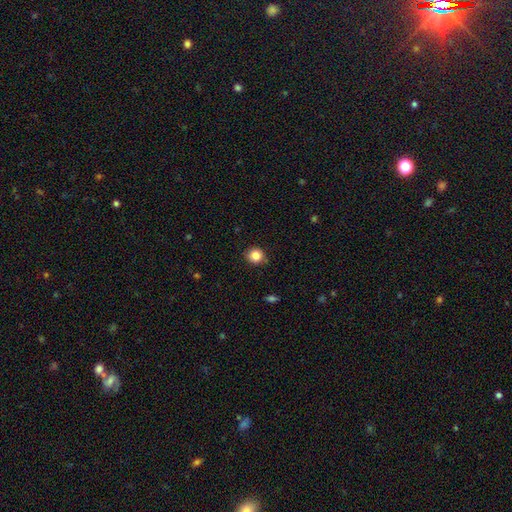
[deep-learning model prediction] smooth_or_featured: smooth (p=0.85) [alt: star or artifact p=0.10]
how_rounded: round (p=0.87) [alt: in between p=0.12]
merging: none (p=0.85) [alt: minor disturbance p=0.11]